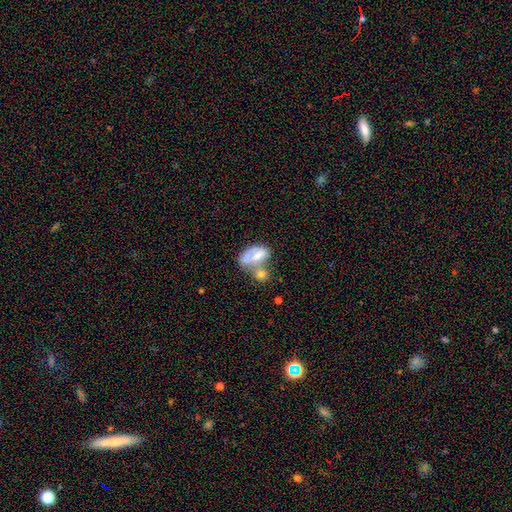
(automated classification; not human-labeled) A smooth galaxy with no disk features (56%) that is in between round and cigar-shaped (86%). Merging: merger (50%).